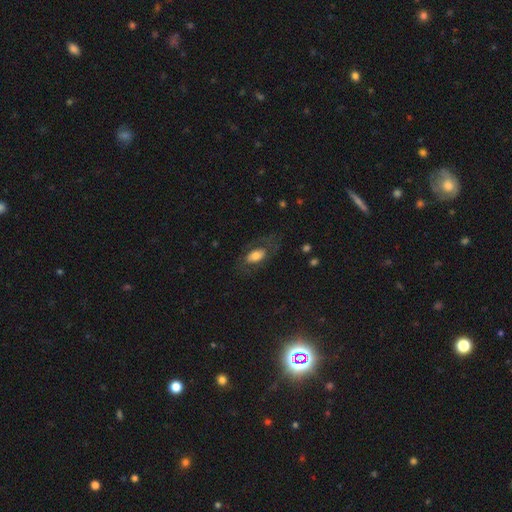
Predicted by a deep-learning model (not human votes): The model was most divided on "smooth or featured": smooth: 63%, featured or disk: 29%, star or artifact: 8%. More confident: how rounded — in between (90%); merging — none (59%).